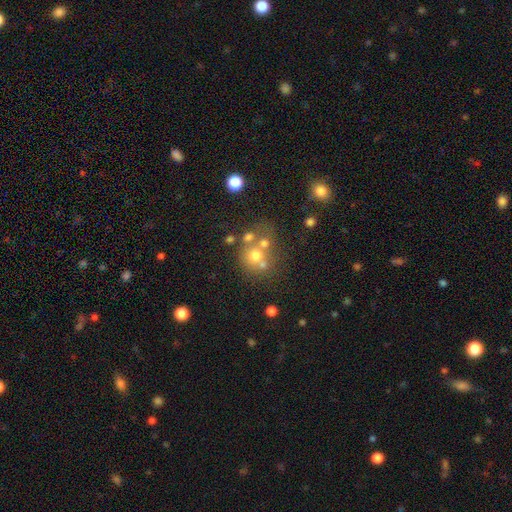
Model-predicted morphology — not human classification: Overall: smooth (59%; featured or disk 24%). How rounded: round (84%). Merging: none (46%; merger 37%).